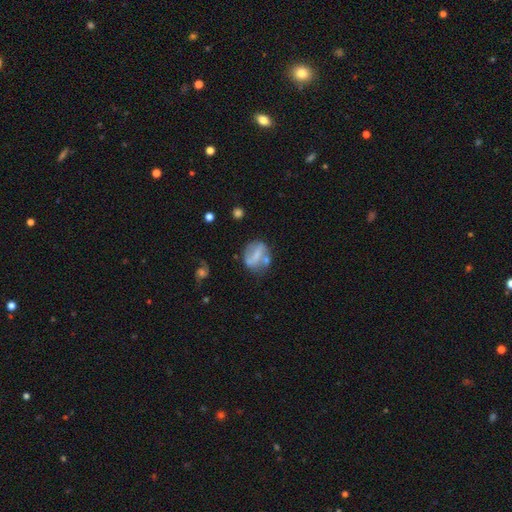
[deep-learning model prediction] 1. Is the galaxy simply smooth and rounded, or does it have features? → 49% featured or disk, 42% smooth, 9% star or artifact.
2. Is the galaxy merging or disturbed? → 52% none, 23% minor disturbance, 12% merger, 12% major disturbance.